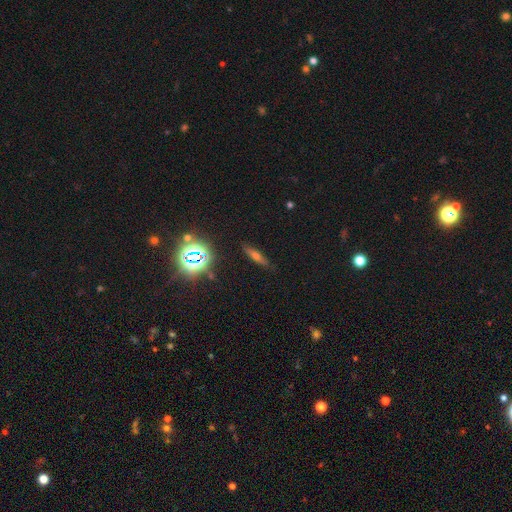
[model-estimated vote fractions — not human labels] A smooth galaxy with no disk features (40%). Merging: none (86%).